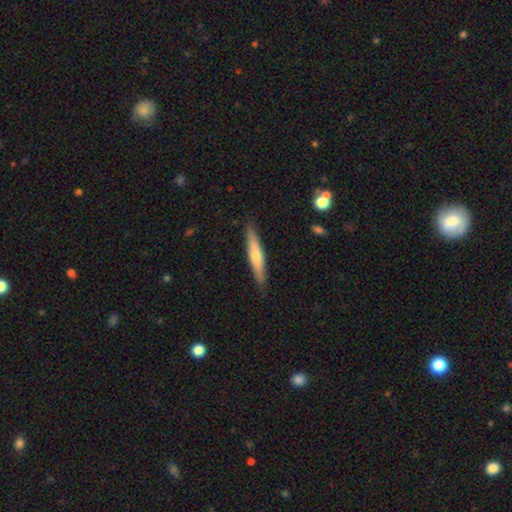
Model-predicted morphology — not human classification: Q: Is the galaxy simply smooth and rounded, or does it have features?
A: smooth — 49%.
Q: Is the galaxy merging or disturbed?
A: none — 88%.